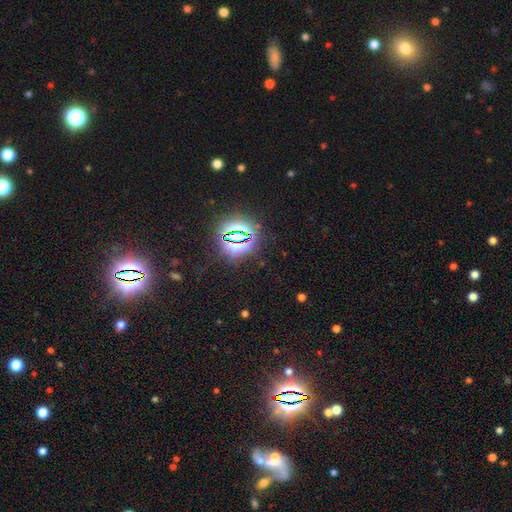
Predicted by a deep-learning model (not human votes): Q: Smooth or featured?
A: star or artifact (82%); runner-up: smooth (11%)